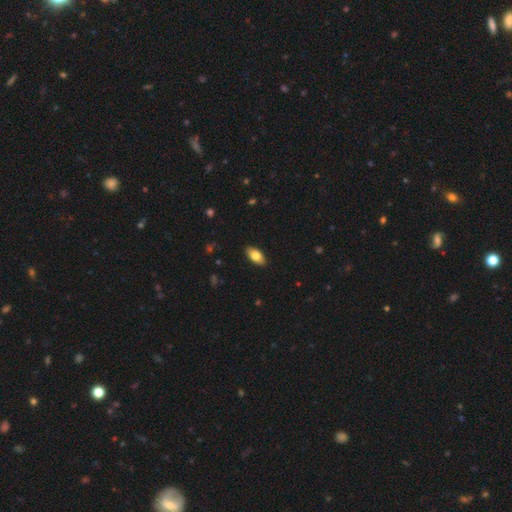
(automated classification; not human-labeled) This appears to be a smooth galaxy with no disk features (79%) that is in between round and cigar-shaped (92%). Merging: none (89%).